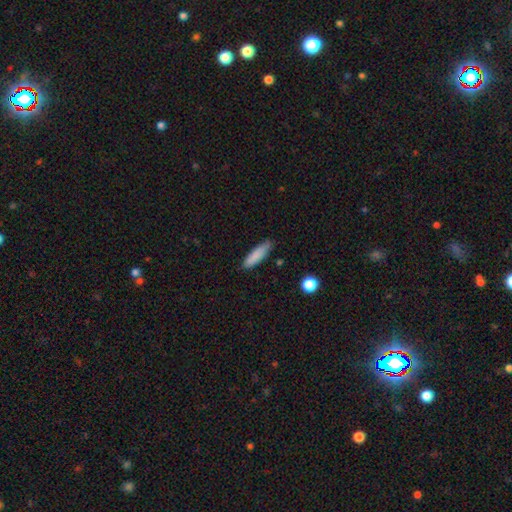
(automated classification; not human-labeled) A smooth galaxy with no disk features (85%) that is cigar-shaped (67%). Merging: none (81%).